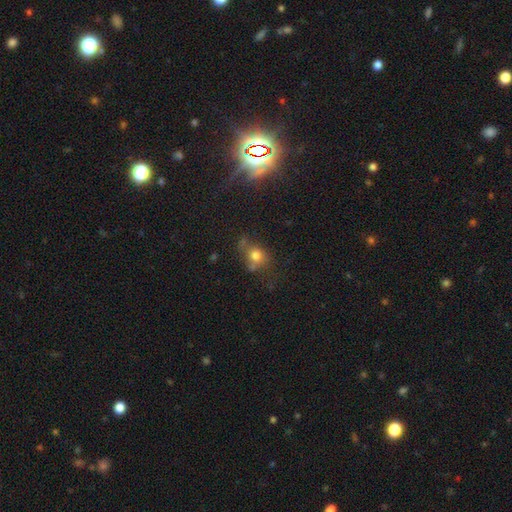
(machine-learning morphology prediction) Smooth or featured?
  - smooth: 69% *
  - star or artifact: 16%
  - featured or disk: 15%
How rounded?
  - round: 59% *
  - in between: 39%
  - cigar-shaped: 2%
Merging?
  - none: 50% *
  - minor disturbance: 24%
  - major disturbance: 15%
  - merger: 11%